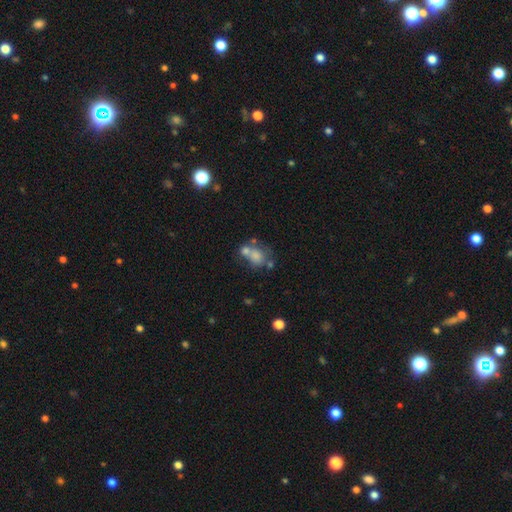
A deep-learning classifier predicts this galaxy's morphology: Smooth or featured? Predicted: smooth (p=0.67). How rounded? Predicted: in between (p=0.50). Merging? Predicted: merger (p=0.47).